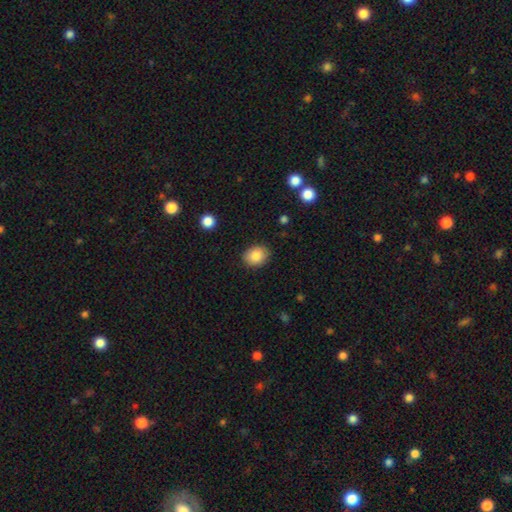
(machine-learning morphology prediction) smooth-or-featured: smooth: 85% | star or artifact: 8% | featured or disk: 6%
  how-rounded: in between: 55% | round: 44% | cigar-shaped: 1%
  merging: none: 87% | minor disturbance: 9% | major disturbance: 2% | merger: 1%